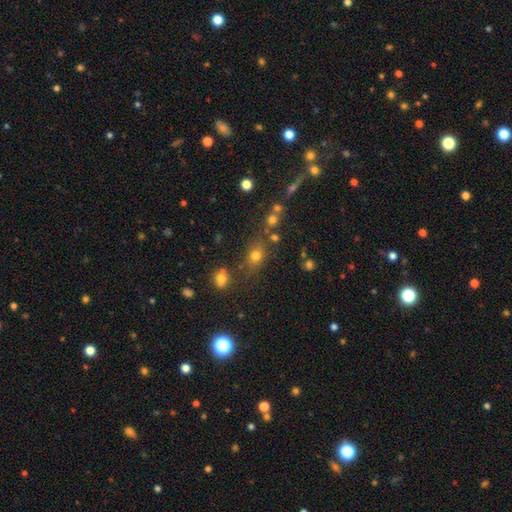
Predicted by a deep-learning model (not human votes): Smooth or featured?
  - smooth: 71% *
  - star or artifact: 19%
  - featured or disk: 10%
How rounded?
  - in between: 50% *
  - round: 48%
  - cigar-shaped: 2%
Merging?
  - none: 69% *
  - minor disturbance: 14%
  - merger: 11%
  - major disturbance: 6%